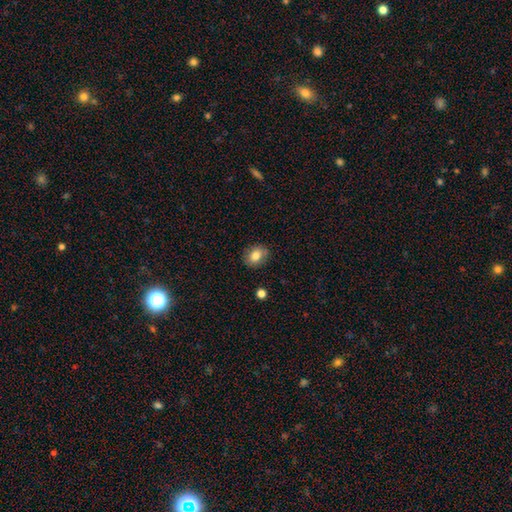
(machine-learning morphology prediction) smooth_or_featured: smooth (p=0.81) [alt: featured or disk p=0.10]
how_rounded: round (p=0.51) [alt: in between p=0.48]
merging: none (p=0.84) [alt: minor disturbance p=0.12]